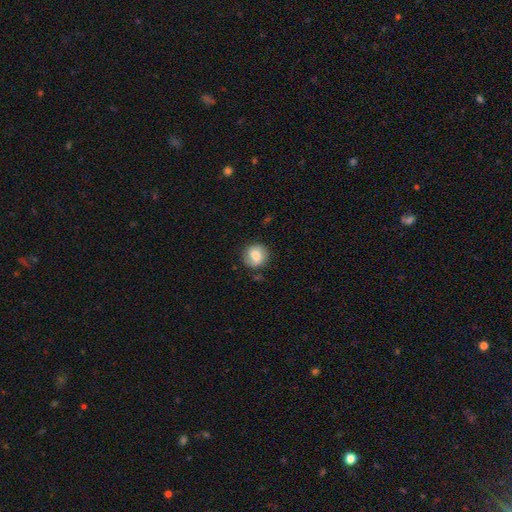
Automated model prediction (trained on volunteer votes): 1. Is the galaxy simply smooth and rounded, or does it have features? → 72% smooth, 20% featured or disk, 8% star or artifact.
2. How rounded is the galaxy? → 88% round, 11% in between, 1% cigar-shaped.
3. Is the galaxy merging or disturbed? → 81% none, 13% minor disturbance, 4% major disturbance, 2% merger.